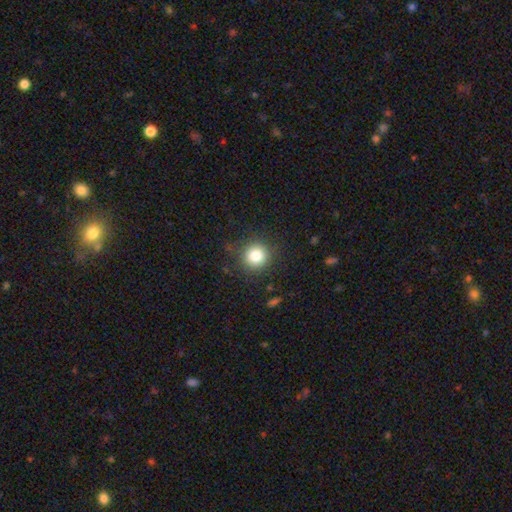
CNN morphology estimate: Smooth or featured? Predicted: smooth (p=0.82). How rounded? Predicted: round (p=0.93). Merging? Predicted: none (p=0.88).